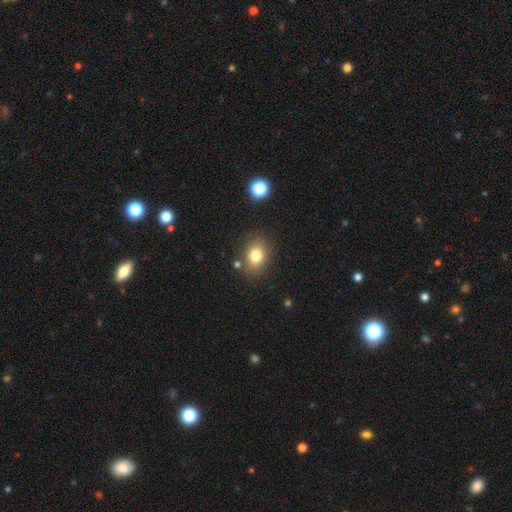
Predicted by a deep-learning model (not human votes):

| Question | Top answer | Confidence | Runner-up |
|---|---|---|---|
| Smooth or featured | smooth | 80% | star or artifact (11%) |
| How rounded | in between | 64% | round (35%) |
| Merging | none | 81% | minor disturbance (11%) |